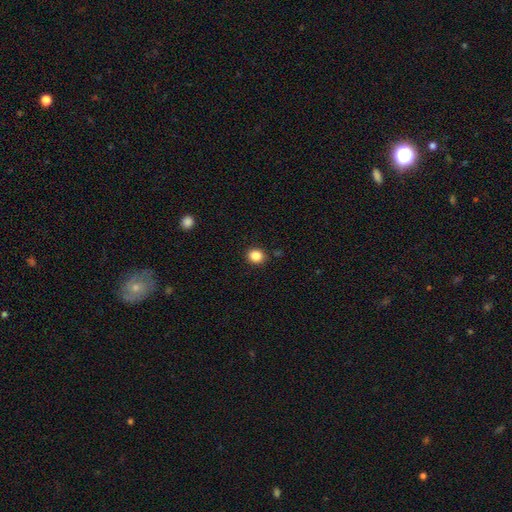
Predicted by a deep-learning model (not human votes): Morphology: type=smooth (86%); roundness=round (75%); merging=none (90%).